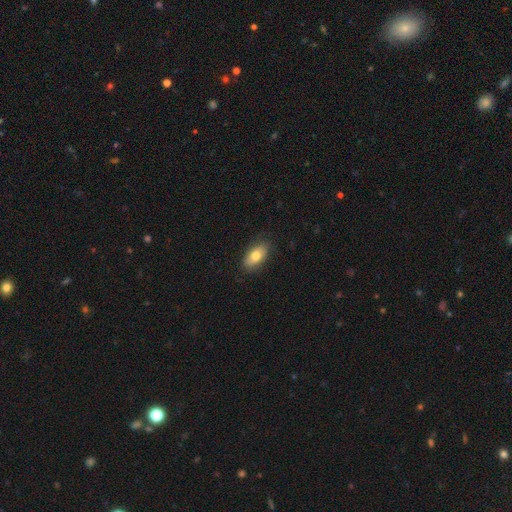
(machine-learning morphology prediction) This appears to be a smooth galaxy with no disk features (77%) that is in between round and cigar-shaped (90%). Merging: none (85%).